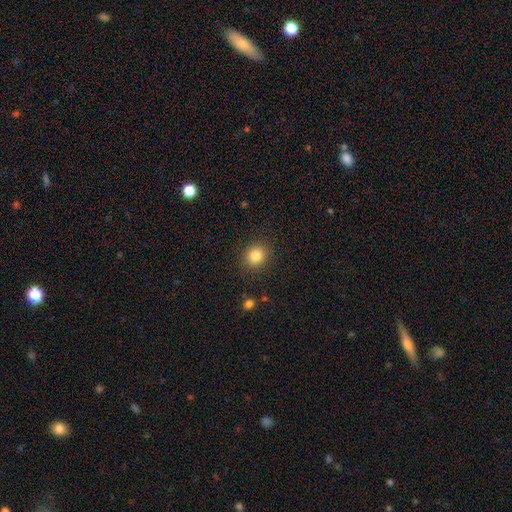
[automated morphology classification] smooth-or-featured: smooth: 84% | star or artifact: 11% | featured or disk: 5%
  how-rounded: round: 81% | in between: 18% | cigar-shaped: 1%
  merging: none: 88% | minor disturbance: 8% | major disturbance: 3% | merger: 1%